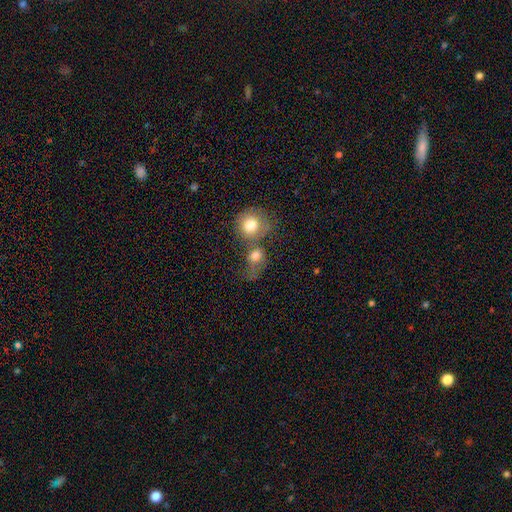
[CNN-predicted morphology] smooth 76%, featured or disk 14%, star or artifact 10%. Down the decision tree: how rounded — round (71%); merging — merger (55%).